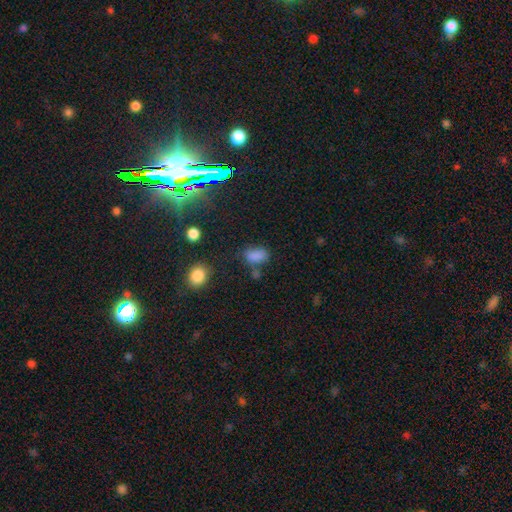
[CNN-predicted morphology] Smooth or featured? smooth (79%)
How rounded? in between (87%)
Merging? none (55%)